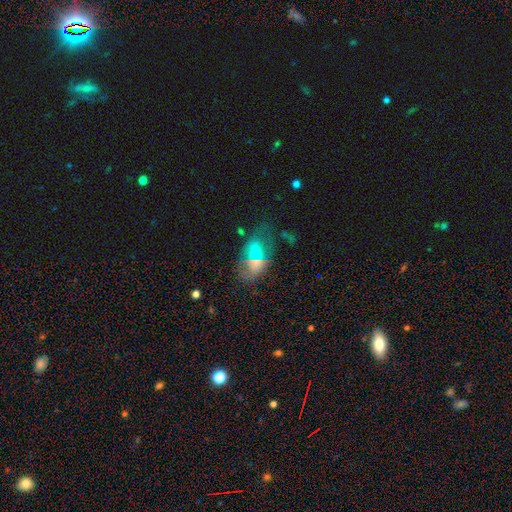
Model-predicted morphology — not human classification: A smooth galaxy with no disk features (46%). Merging: none (37%).